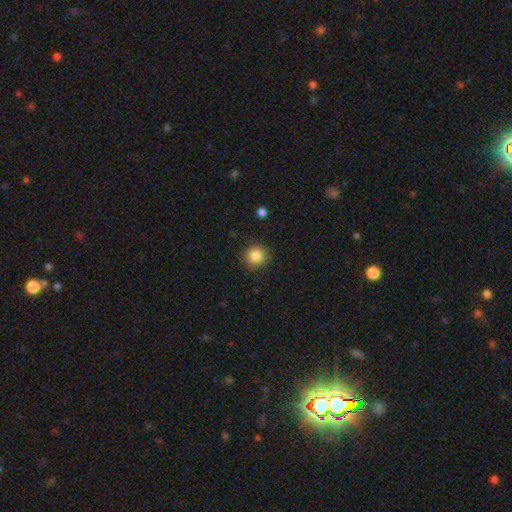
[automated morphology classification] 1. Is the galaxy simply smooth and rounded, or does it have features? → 85% smooth, 10% star or artifact, 5% featured or disk.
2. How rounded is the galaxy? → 93% round, 6% in between, 1% cigar-shaped.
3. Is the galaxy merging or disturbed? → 90% none, 7% minor disturbance, 2% major disturbance, 1% merger.